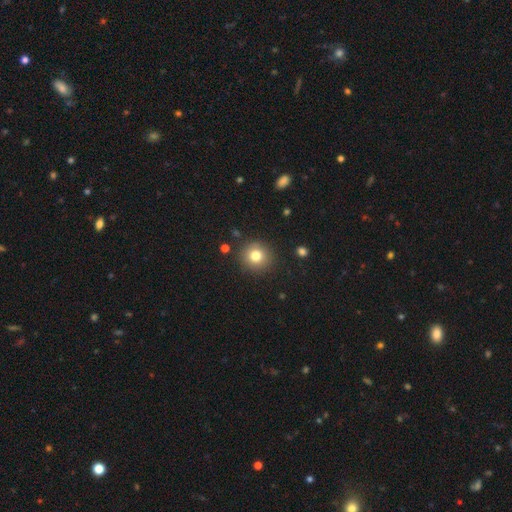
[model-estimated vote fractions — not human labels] Smooth or featured? smooth (79%)
How rounded? round (92%)
Merging? none (89%)